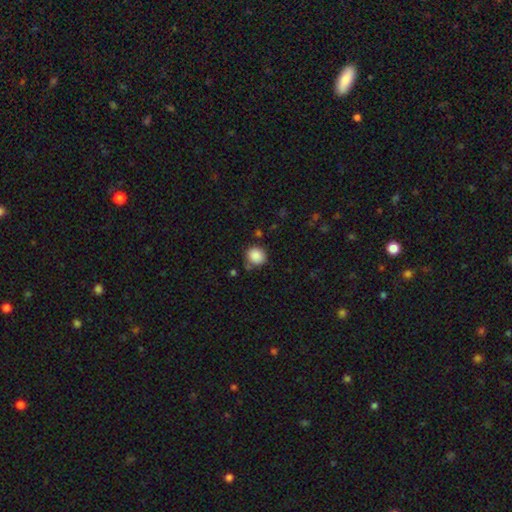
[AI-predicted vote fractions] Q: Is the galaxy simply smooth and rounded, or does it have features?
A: smooth — 88%.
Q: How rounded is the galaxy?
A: round — 82%.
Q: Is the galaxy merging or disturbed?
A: none — 78%.